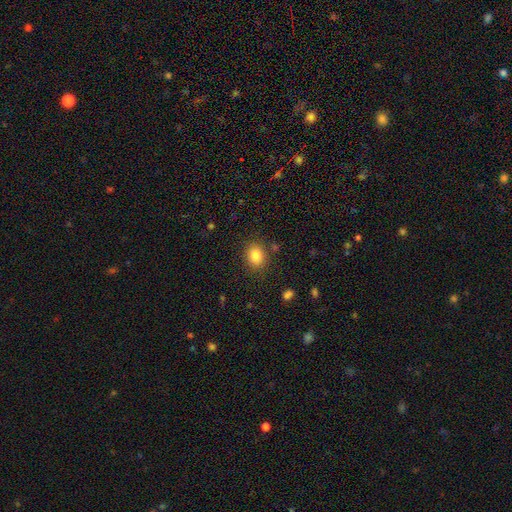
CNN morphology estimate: A smooth galaxy with no disk features (84%) that is round (50%, tied with in between).

Vote fractions:
- Smooth or featured? smooth: 84% / star or artifact: 10% / featured or disk: 6%
- How rounded? round: 50% (tied) / in between: 50% (tied) / cigar-shaped: 1%
- Merging? none: 85% / minor disturbance: 10% / major disturbance: 3% / merger: 2%